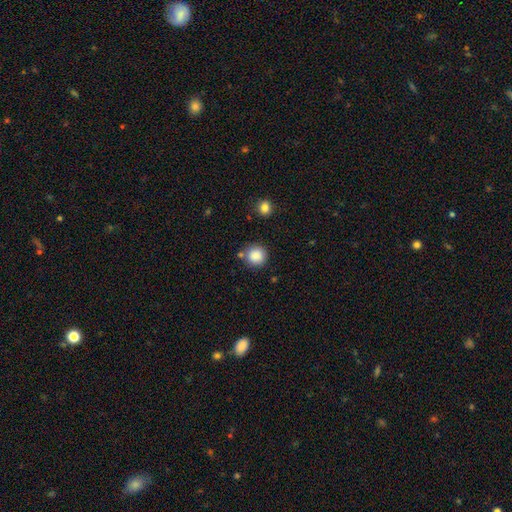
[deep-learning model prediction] smooth_or_featured: smooth (p=0.87) [alt: star or artifact p=0.10]
how_rounded: round (p=0.92) [alt: in between p=0.07]
merging: none (p=0.79) [alt: minor disturbance p=0.11]